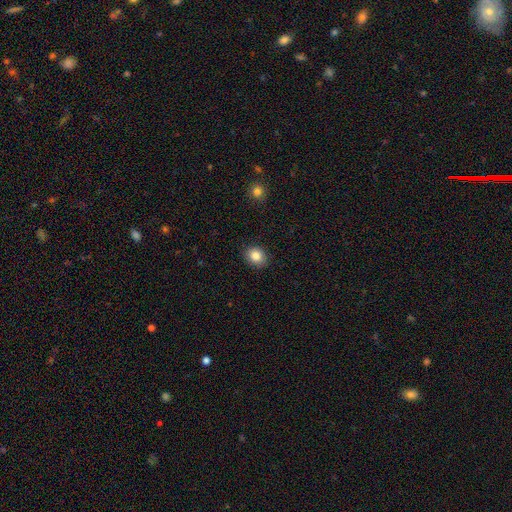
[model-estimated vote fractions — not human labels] Smooth or featured?
  - smooth: 84% *
  - star or artifact: 9%
  - featured or disk: 6%
How rounded?
  - round: 56% *
  - in between: 43%
  - cigar-shaped: 1%
Merging?
  - none: 89% *
  - minor disturbance: 8%
  - major disturbance: 2%
  - merger: 1%